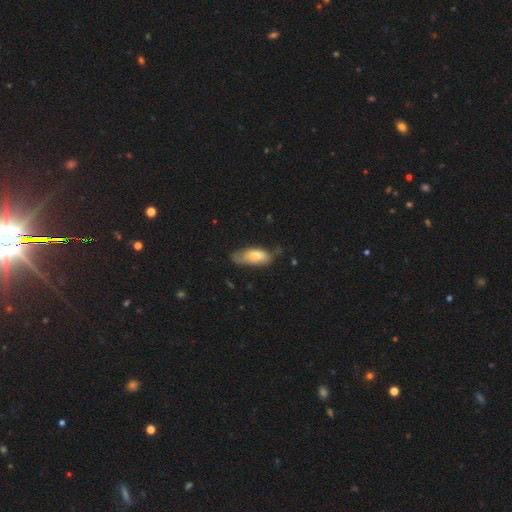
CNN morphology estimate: smooth 67%, featured or disk 27%, star or artifact 6%. Down the decision tree: how rounded — in between (81%); merging — none (43%).